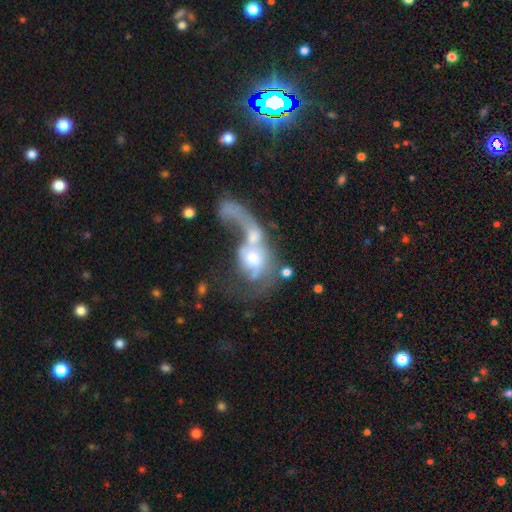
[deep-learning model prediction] Smooth or featured?
  - featured or disk: 51% *
  - smooth: 35%
  - star or artifact: 14%
Edge-on disk?
  - no: 92% *
  - yes: 8%
Merging?
  - merger: 63% *
  - major disturbance: 23%
  - none: 9%
  - minor disturbance: 5%